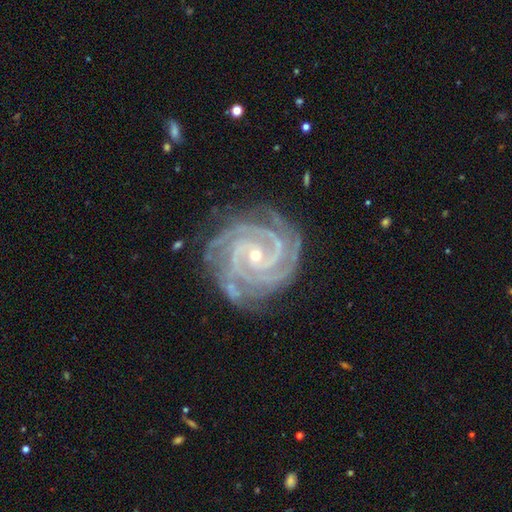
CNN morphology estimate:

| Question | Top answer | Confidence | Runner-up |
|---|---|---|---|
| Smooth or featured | featured or disk | 93% | star or artifact (4%) |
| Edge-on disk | no | 98% | yes (2%) |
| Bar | no | 60% | weak (26%) |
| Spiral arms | yes | 99% | no (1%) |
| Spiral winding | tight | 81% | medium (17%) |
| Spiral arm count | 3 | 30% | 4 (27%) |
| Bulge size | small | 74% | moderate (23%) |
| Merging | none | 79% | minor disturbance (15%) |